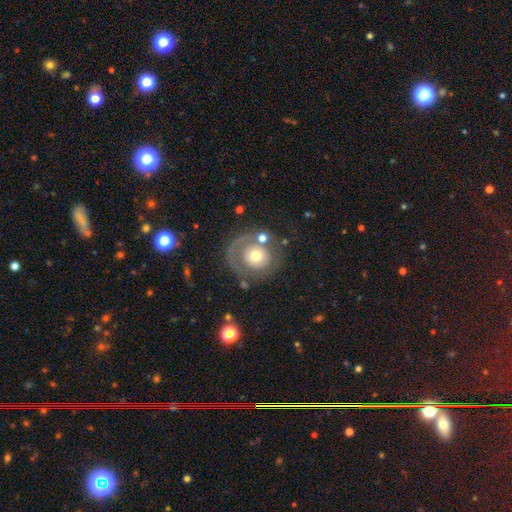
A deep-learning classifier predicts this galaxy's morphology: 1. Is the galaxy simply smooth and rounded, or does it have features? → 49% featured or disk, 43% smooth, 8% star or artifact.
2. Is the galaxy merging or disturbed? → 63% none, 16% minor disturbance, 14% major disturbance, 8% merger.